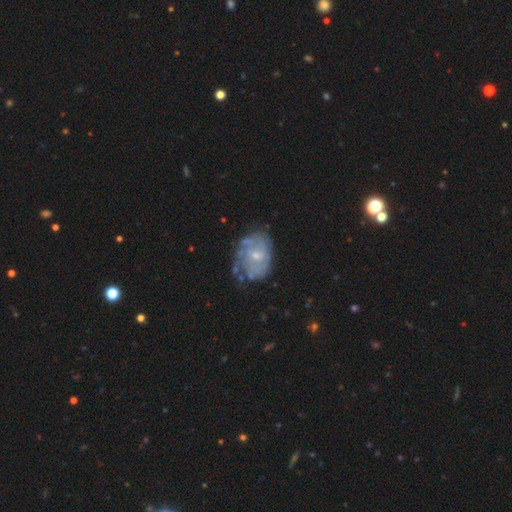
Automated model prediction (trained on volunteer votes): Smooth or featured? featured or disk (72%)
Edge-on disk? no (97%)
Bar? no (64%)
Spiral arms? yes (75%)
Spiral winding? tight (54%)
Spiral arm count? can't tell (54%)
Bulge size? small (64%)
Merging? none (60%)